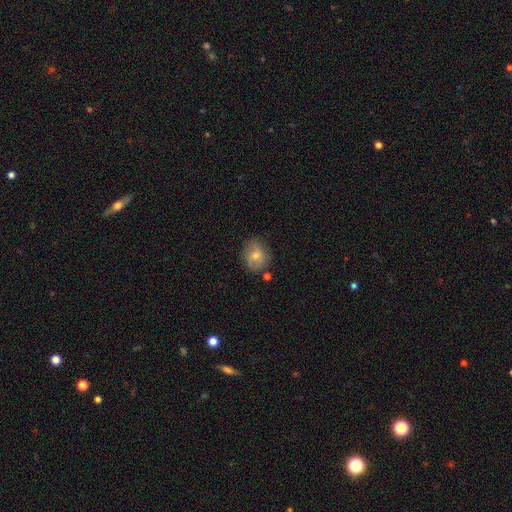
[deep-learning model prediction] smooth_or_featured: smooth (p=0.60) [alt: featured or disk p=0.29]
how_rounded: round (p=0.62) [alt: in between p=0.37]
merging: none (p=0.74) [alt: minor disturbance p=0.19]